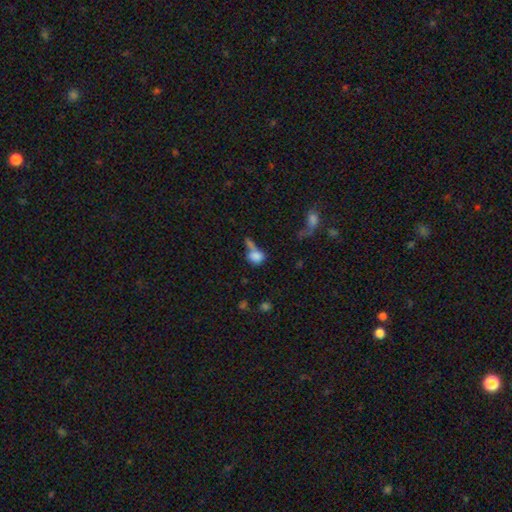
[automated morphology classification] A smooth galaxy with no disk features (76%) that is in between round and cigar-shaped (52%). Merging: merger (40%).